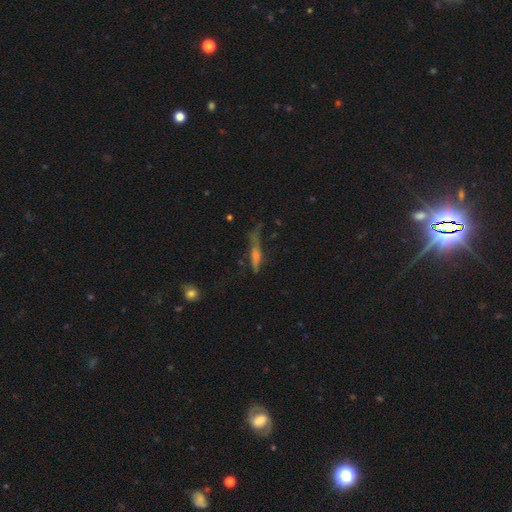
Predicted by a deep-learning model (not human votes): featured or disk 49%, smooth 37%, star or artifact 15%. Down the decision tree: merging — none (51%).